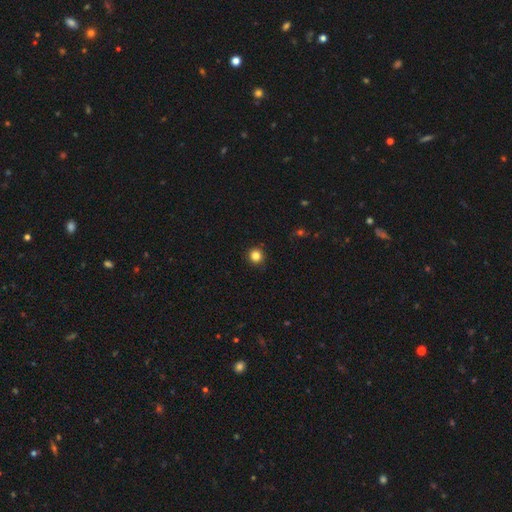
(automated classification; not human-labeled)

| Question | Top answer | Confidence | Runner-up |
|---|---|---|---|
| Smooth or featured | smooth | 83% | star or artifact (12%) |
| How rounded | round | 95% | in between (4%) |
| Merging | none | 92% | minor disturbance (5%) |